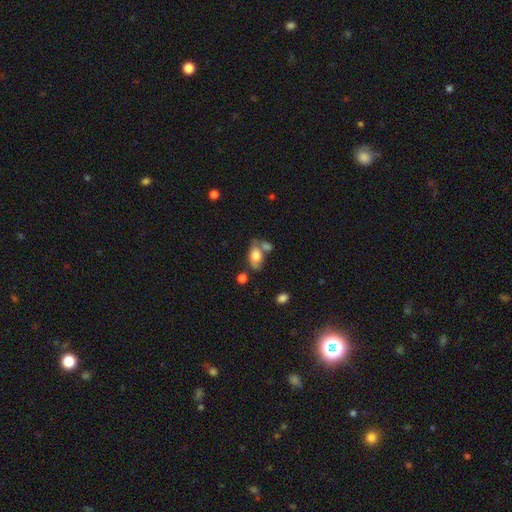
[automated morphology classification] smooth 70%, featured or disk 22%, star or artifact 8%. Down the decision tree: how rounded — in between (87%); merging — none (43%).